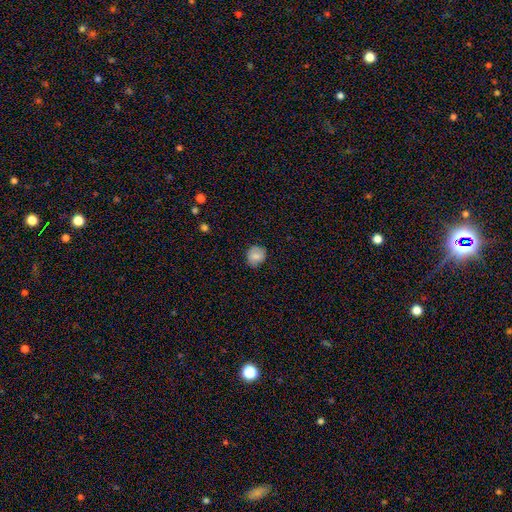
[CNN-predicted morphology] This is likely a smooth galaxy (80%). How rounded: likely round (77%). Merging: clearly none (80%).